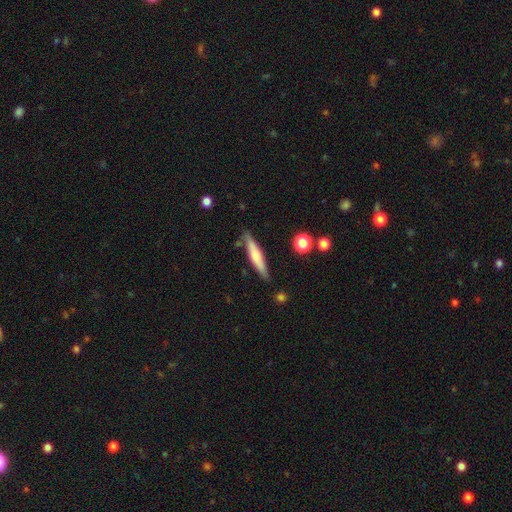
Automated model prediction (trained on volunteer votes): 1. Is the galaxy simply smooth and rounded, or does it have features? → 59% smooth, 35% featured or disk, 6% star or artifact.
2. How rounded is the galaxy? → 87% cigar-shaped, 12% in between, 2% round.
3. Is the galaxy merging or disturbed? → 82% none, 12% minor disturbance, 3% merger, 2% major disturbance.